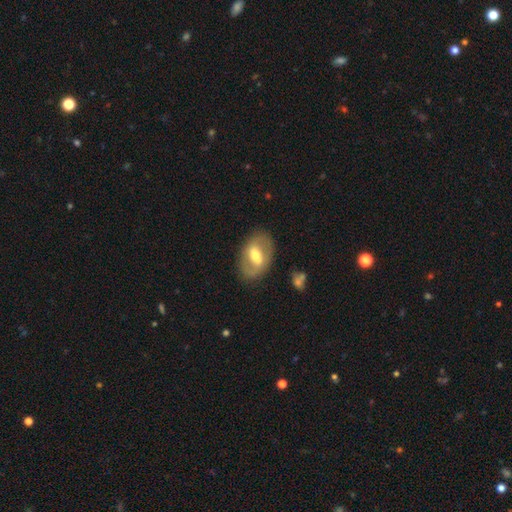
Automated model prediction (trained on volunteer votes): smooth_or_featured: featured or disk (p=0.59) [alt: smooth p=0.35]
disk_edge_on: no (p=0.92) [alt: yes p=0.08]
bar: weak (p=0.42) [tied with: strong p=0.42]
has_spiral_arms: yes (p=0.52) [alt: no p=0.48]
bulge_size: moderate (p=0.65) [alt: small p=0.18]
merging: none (p=0.79) [alt: minor disturbance p=0.14]